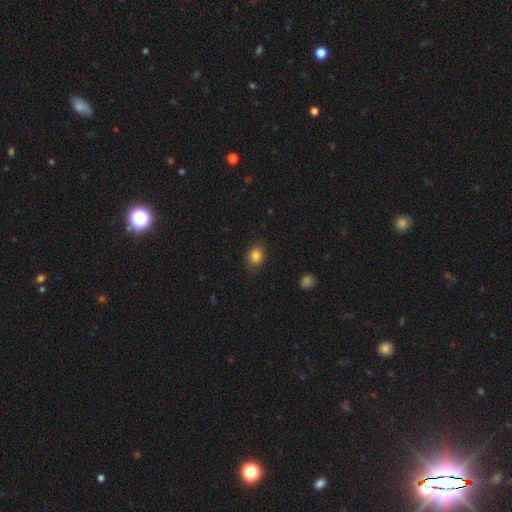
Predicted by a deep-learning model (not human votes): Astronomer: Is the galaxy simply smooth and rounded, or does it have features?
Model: smooth — 85%.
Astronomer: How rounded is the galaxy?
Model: round — 51% (runner-up: in between, 48%).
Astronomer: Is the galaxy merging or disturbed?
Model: none — 83%.